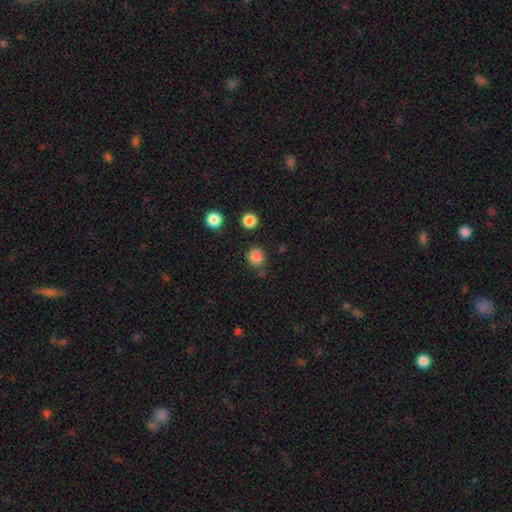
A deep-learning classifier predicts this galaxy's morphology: Smooth or featured? Predicted: smooth (p=0.84). How rounded? Predicted: round (p=0.92). Merging? Predicted: none (p=0.81).